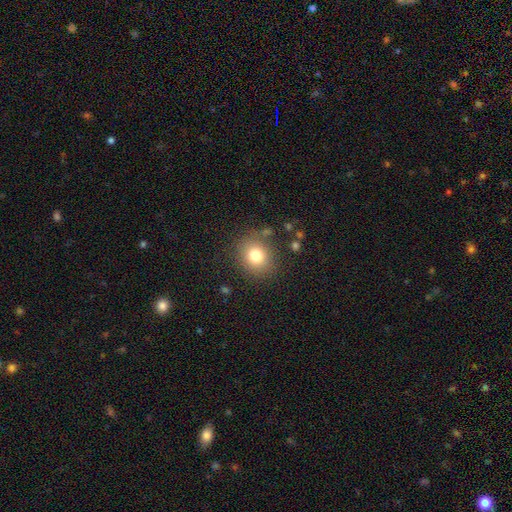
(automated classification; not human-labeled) smooth-or-featured: smooth: 78% | star or artifact: 12% | featured or disk: 10%
  how-rounded: round: 76% | in between: 23% | cigar-shaped: 1%
  merging: none: 83% | minor disturbance: 10% | major disturbance: 4% | merger: 3%